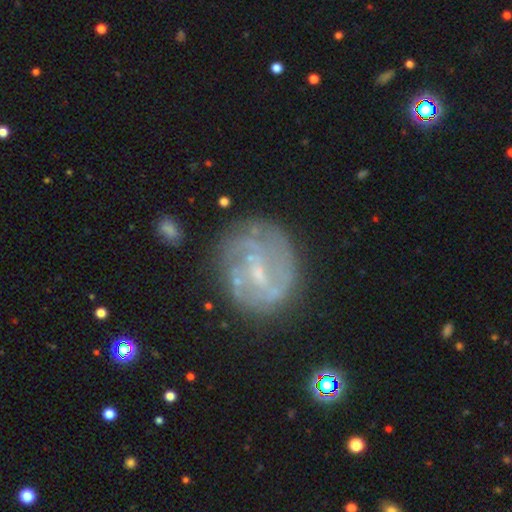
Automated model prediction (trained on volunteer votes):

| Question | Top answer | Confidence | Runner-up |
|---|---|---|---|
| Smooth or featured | featured or disk | 73% | smooth (17%) |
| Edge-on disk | no | 97% | yes (3%) |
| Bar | weak | 51% | no (29%) |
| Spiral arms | yes | 72% | no (28%) |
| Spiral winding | tight | 41% | medium (37%) |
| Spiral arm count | can't tell | 43% | 2 (31%) |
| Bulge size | small | 64% | moderate (18%) |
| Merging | none | 65% | minor disturbance (19%) |